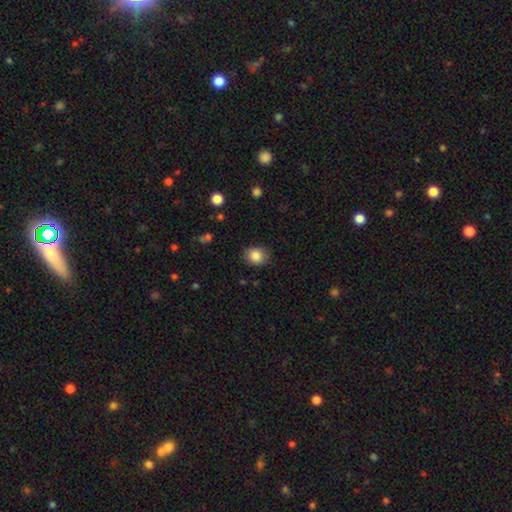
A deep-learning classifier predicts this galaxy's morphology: Smooth or featured? Predicted: smooth (p=0.86). How rounded? Predicted: round (p=0.67). Merging? Predicted: none (p=0.85).